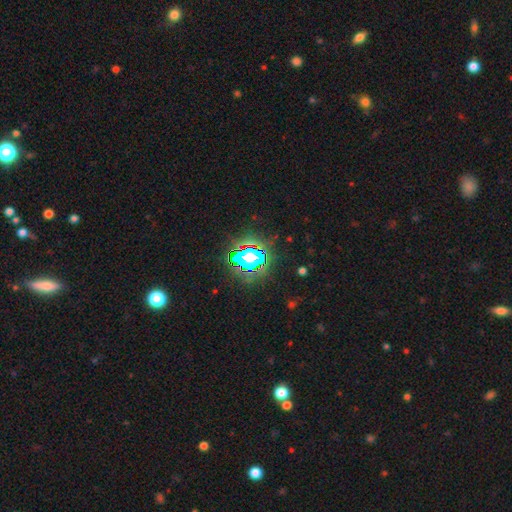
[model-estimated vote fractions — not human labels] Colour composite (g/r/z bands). It shows a star or artifact, not a galaxy (76%).